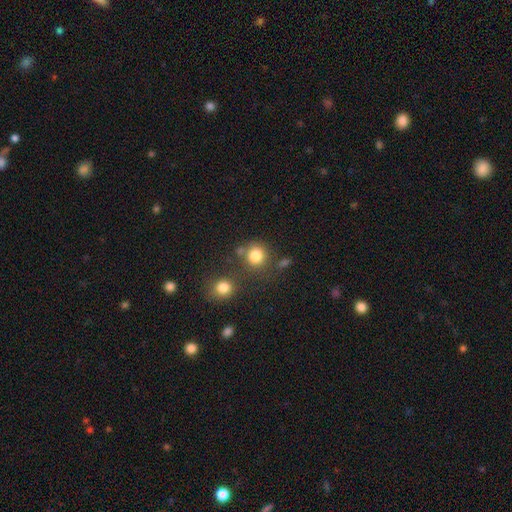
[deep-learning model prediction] Smooth or featured: smooth — 82% (star or artifact — 12%)
How rounded: round — 89% (in between — 10%)
Merging: none — 68% (merger — 17%)